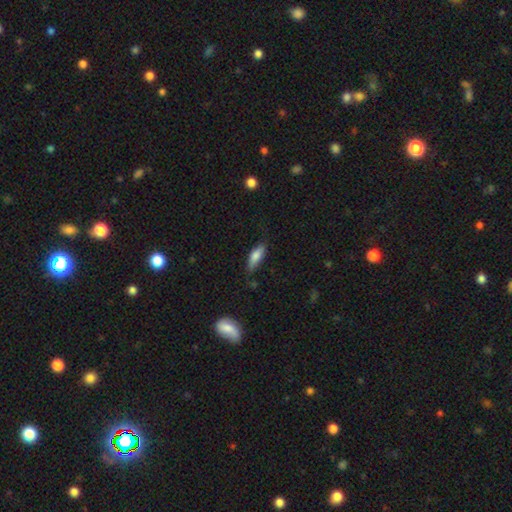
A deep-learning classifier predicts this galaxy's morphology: This appears to be a smooth galaxy with no disk features (75%) that is in between round and cigar-shaped (60%). Merging: none (70%).